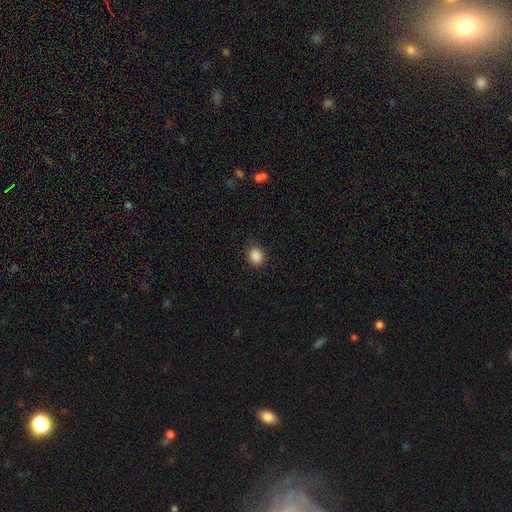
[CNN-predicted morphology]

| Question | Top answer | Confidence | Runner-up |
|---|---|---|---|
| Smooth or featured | smooth | 87% | star or artifact (10%) |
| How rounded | round | 77% | in between (22%) |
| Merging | none | 83% | minor disturbance (13%) |